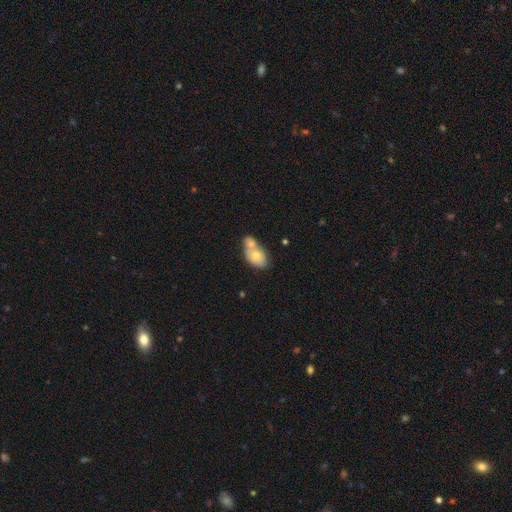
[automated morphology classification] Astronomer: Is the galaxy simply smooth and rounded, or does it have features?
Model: smooth — 66%.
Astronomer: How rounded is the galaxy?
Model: in between — 83%.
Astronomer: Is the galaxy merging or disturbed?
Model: merger — 62%.